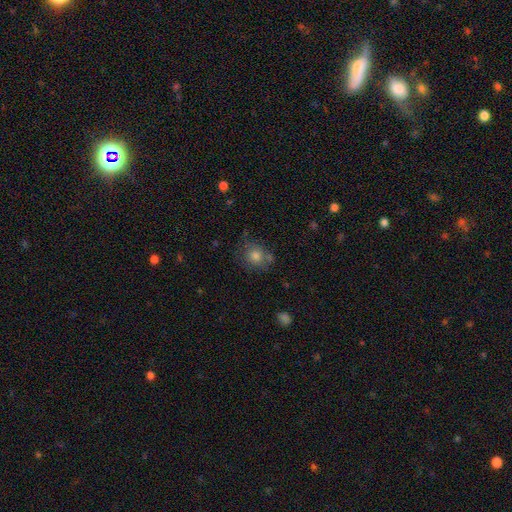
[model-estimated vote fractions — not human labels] Overall: smooth (76%). How rounded: round (82%). Merging: none (70%).